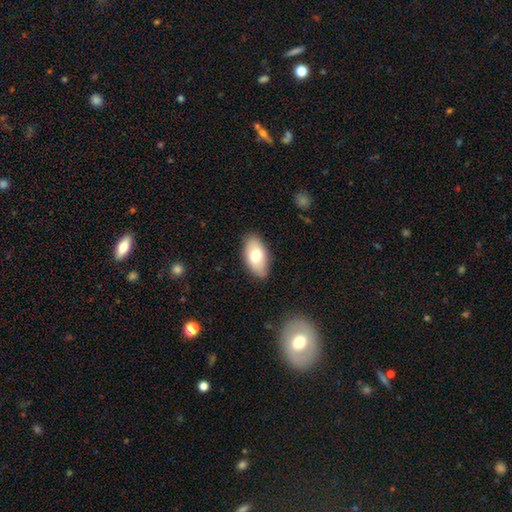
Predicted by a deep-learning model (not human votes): Q: Smooth or featured?
A: smooth (72%); runner-up: featured or disk (21%)
Q: How rounded?
A: in between (93%); runner-up: round (4%)
Q: Merging?
A: none (82%); runner-up: minor disturbance (14%)